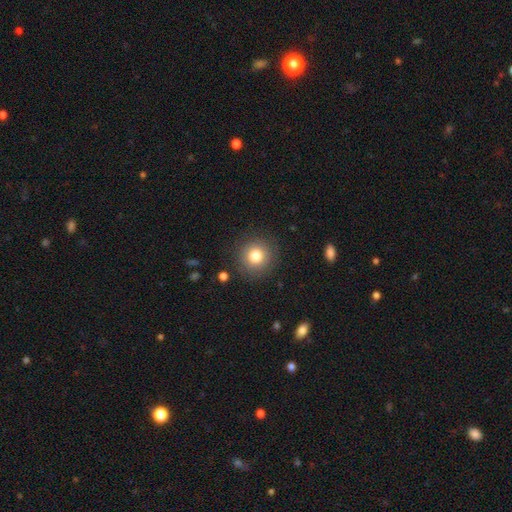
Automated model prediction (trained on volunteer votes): Smooth or featured? smooth (80%)
How rounded? round (92%)
Merging? none (87%)